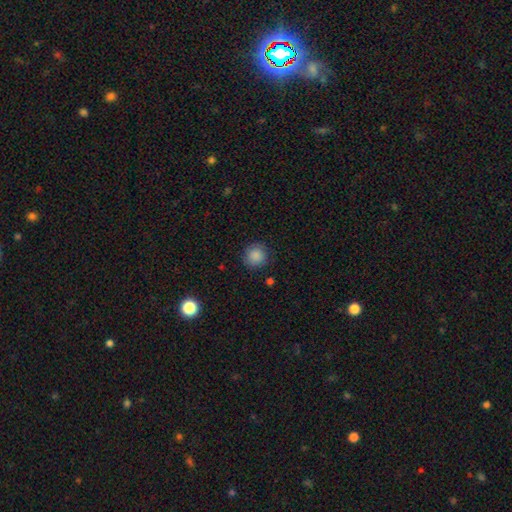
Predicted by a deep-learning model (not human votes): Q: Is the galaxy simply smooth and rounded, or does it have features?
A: smooth — 87%.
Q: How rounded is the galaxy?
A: round — 93%.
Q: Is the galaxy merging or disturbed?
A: none — 88%.